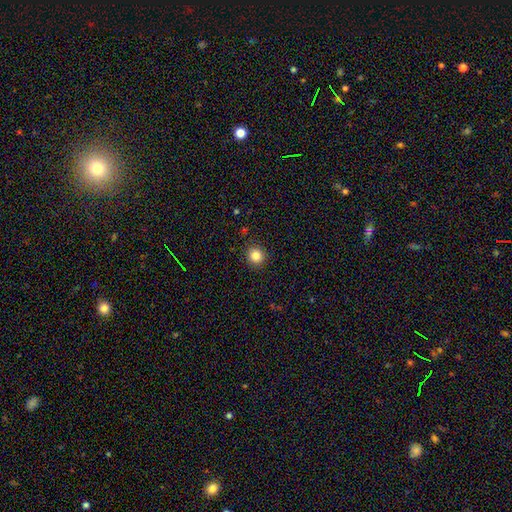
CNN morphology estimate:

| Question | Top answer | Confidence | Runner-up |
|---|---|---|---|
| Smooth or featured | smooth | 84% | star or artifact (11%) |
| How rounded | round | 93% | in between (6%) |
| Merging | none | 92% | minor disturbance (6%) |